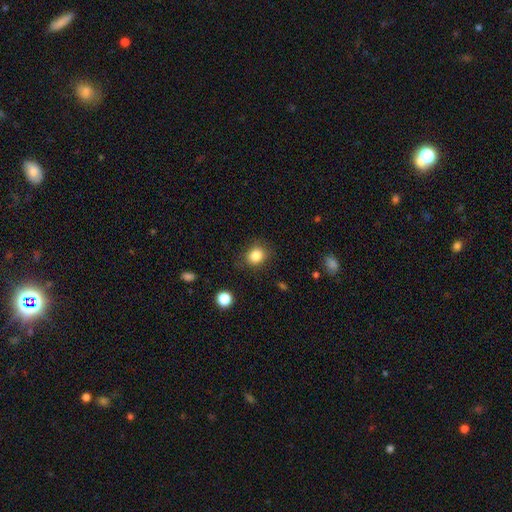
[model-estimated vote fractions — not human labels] smooth-or-featured: smooth: 84% | star or artifact: 11% | featured or disk: 6%
  how-rounded: round: 70% | in between: 29% | cigar-shaped: 1%
  merging: none: 81% | minor disturbance: 13% | major disturbance: 4% | merger: 2%